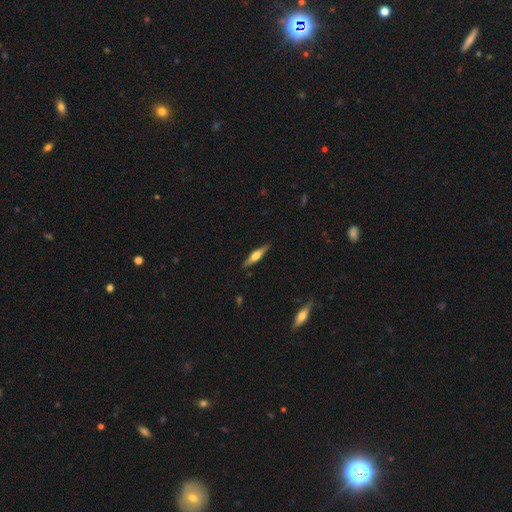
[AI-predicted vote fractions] The model was most divided on "smooth or featured": featured or disk: 64%, smooth: 30%, star or artifact: 6%. More confident: edge-on disk — yes (97%); edge-on bulge — rounded (90%); merging — none (89%).